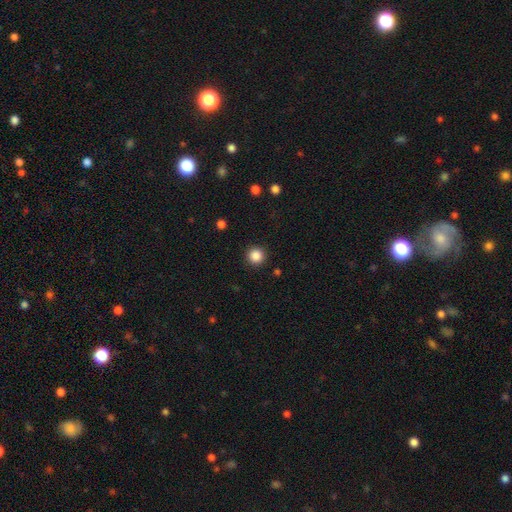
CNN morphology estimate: Smooth or featured? Predicted: smooth (p=0.86). How rounded? Predicted: round (p=0.95). Merging? Predicted: none (p=0.92).